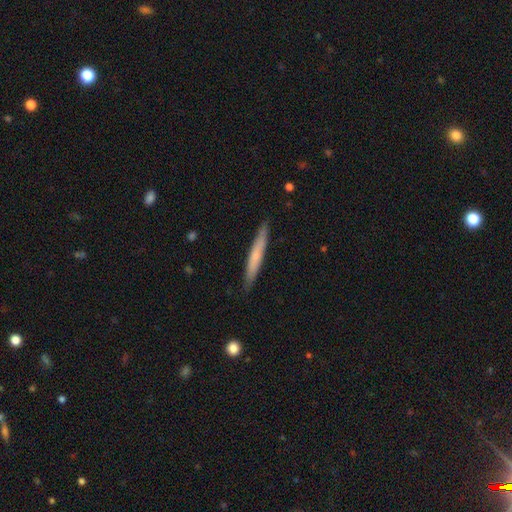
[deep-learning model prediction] Smooth or featured? smooth (62%)
How rounded? cigar-shaped (95%)
Merging? none (88%)